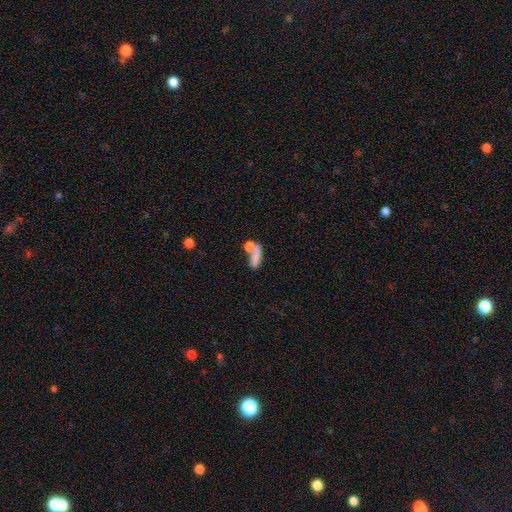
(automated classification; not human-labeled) smooth-or-featured: smooth: 77% | featured or disk: 13% | star or artifact: 10%
  how-rounded: cigar-shaped: 50% | in between: 37% | round: 13%
  merging: none: 48% | merger: 32% | minor disturbance: 12% | major disturbance: 8%